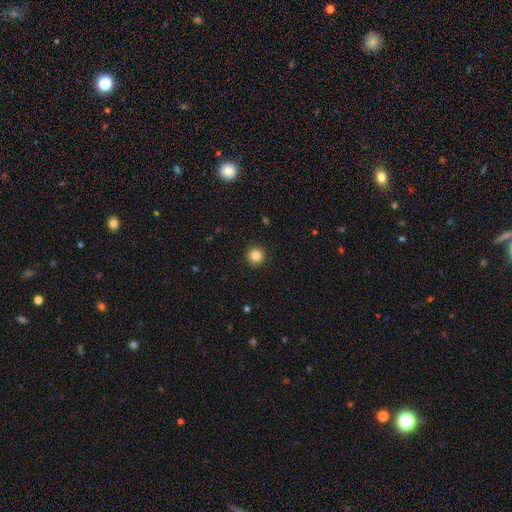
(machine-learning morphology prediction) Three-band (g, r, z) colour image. It shows a smooth galaxy with no disk features (85%) that is round (95%). Merging: none (92%).